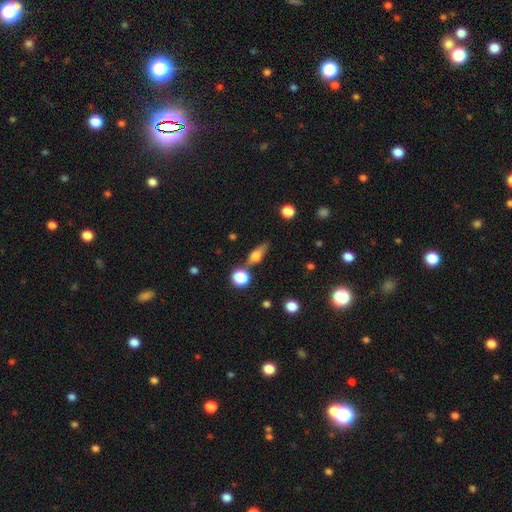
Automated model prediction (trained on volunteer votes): Morphology: type=smooth (49%); merging=none (67%).